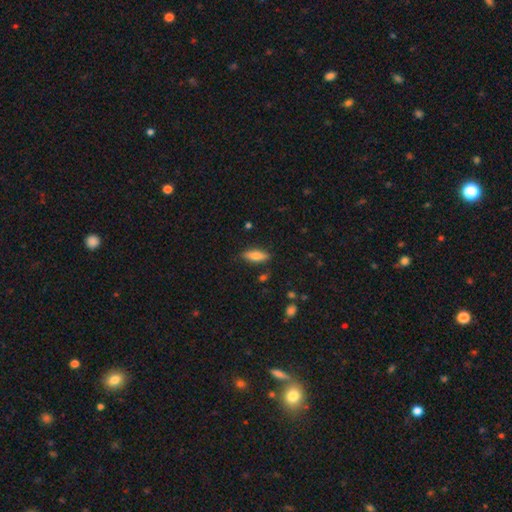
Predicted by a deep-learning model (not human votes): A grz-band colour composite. It shows a smooth galaxy with no disk features (77%) that is in between round and cigar-shaped (62%). Merging: none (81%).